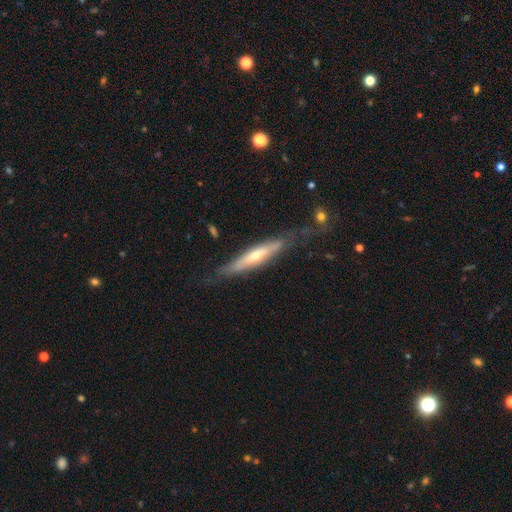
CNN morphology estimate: This appears to be a featured or disk galaxy (63%) viewed edge-on (78%). Merging: none (67%).